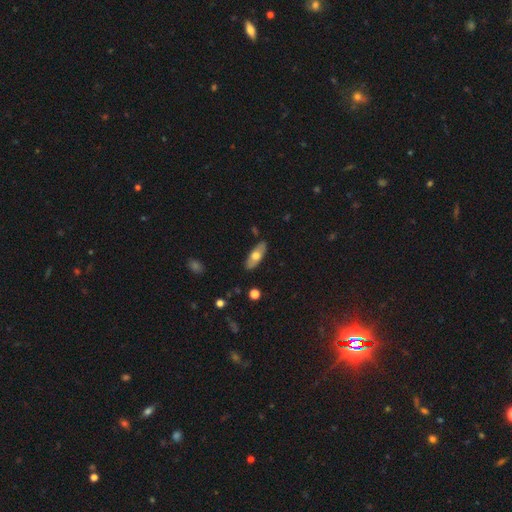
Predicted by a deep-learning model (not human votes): Smooth or featured?
  - smooth: 57% *
  - featured or disk: 37%
  - star or artifact: 6%
How rounded?
  - in between: 73% *
  - cigar-shaped: 24%
  - round: 3%
Merging?
  - none: 86% *
  - minor disturbance: 10%
  - major disturbance: 2%
  - merger: 1%